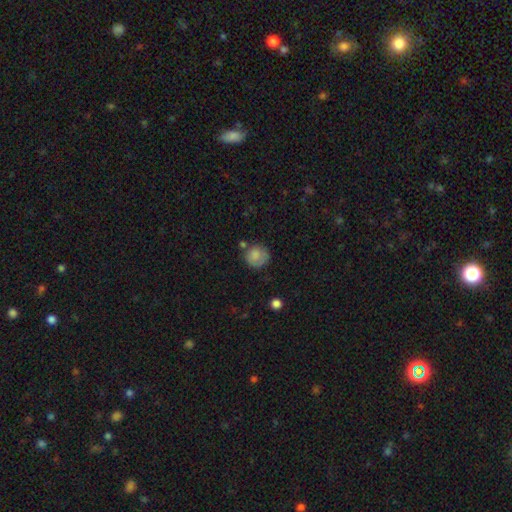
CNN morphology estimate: Overall: smooth (80%). How rounded: round (87%). Merging: none (62%).